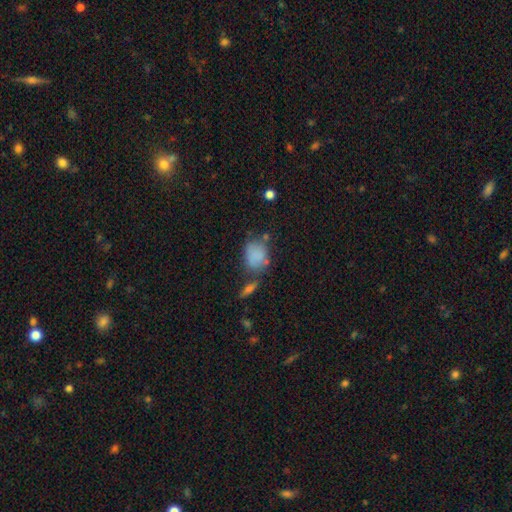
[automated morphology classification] type=smooth (79%); roundness=in between (56%); merging=none (52%).